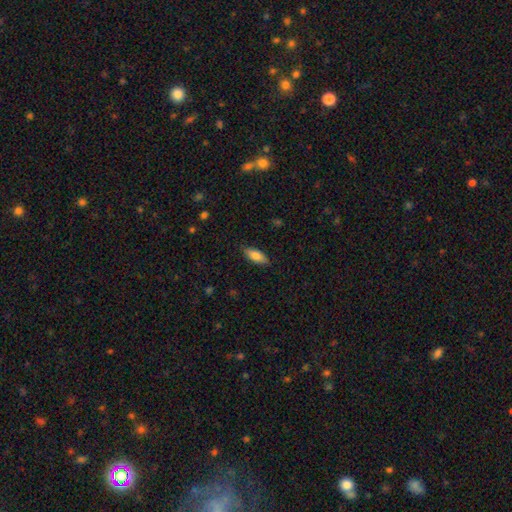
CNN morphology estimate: Smooth or featured? Predicted: smooth (p=0.77). How rounded? Predicted: in between (p=0.71). Merging? Predicted: none (p=0.85).